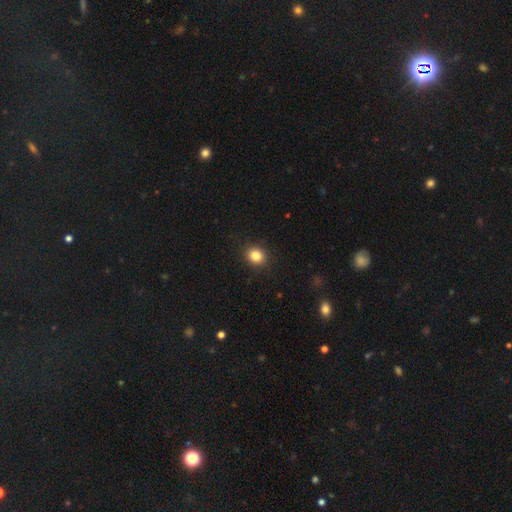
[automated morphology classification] Smooth or featured: smooth — 84% (star or artifact — 11%)
How rounded: round — 77% (in between — 22%)
Merging: none — 91% (minor disturbance — 6%)